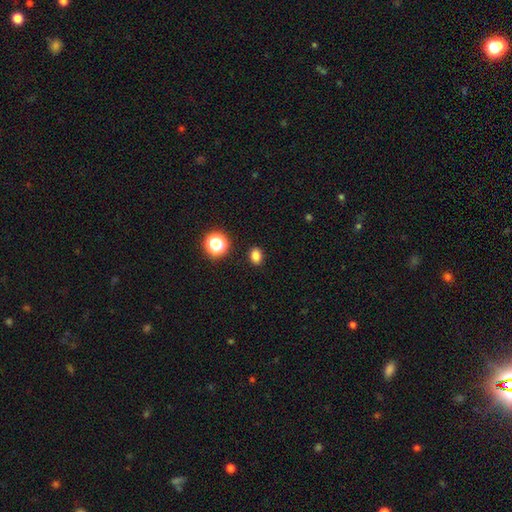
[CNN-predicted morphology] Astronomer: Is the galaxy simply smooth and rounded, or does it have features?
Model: smooth — 81%.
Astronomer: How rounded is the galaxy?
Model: in between — 67%.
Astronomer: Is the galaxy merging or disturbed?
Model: none — 89%.